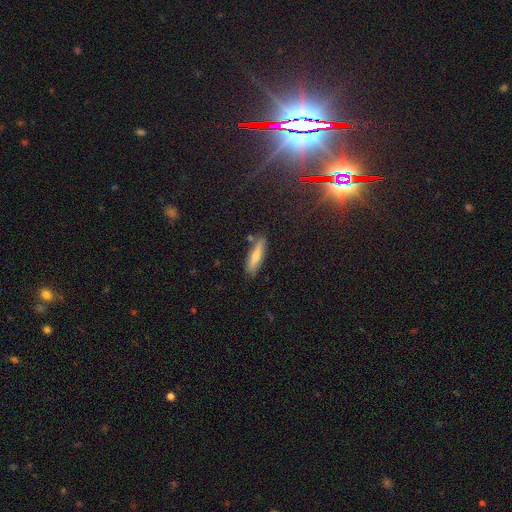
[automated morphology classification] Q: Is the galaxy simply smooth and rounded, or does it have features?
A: smooth — 65%.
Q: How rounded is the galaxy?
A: cigar-shaped — 73%.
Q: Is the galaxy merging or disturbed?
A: none — 77%.